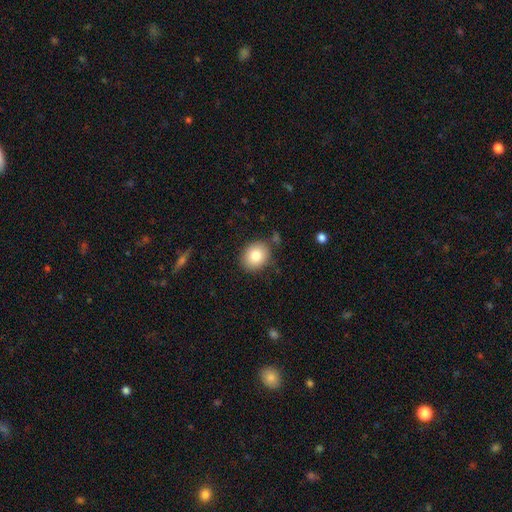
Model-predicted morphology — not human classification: type=smooth (82%); roundness=round (61%); merging=none (82%).